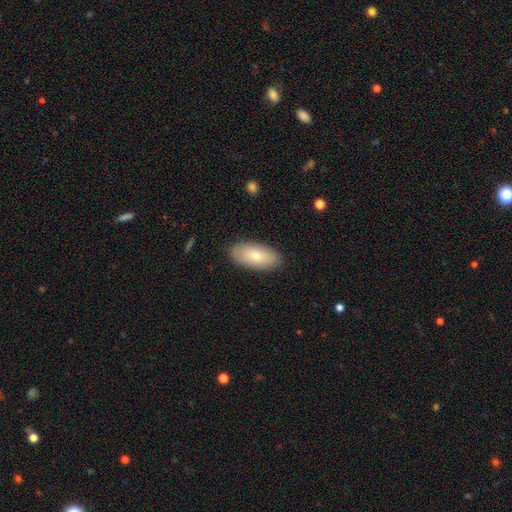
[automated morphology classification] This appears to be a smooth galaxy with no disk features (79%) that is in between round and cigar-shaped (92%). Merging: none (87%).